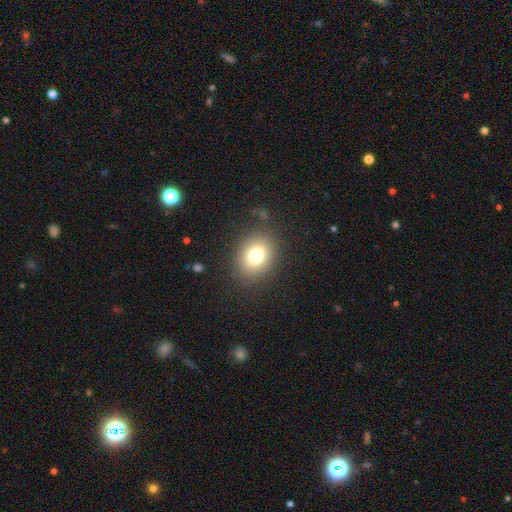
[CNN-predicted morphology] This is likely a smooth galaxy (77%). How rounded: possibly round (55%). Merging: clearly none (85%).